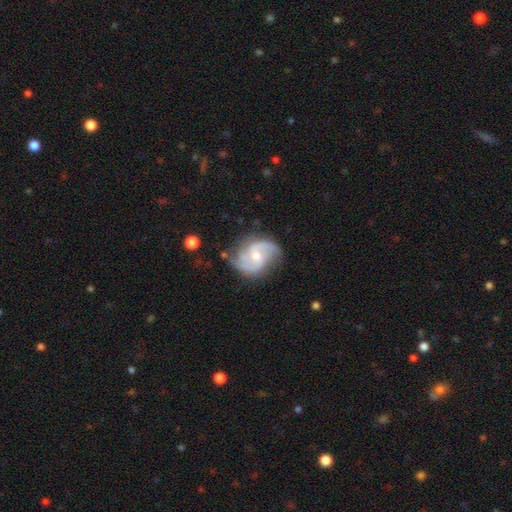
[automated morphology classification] Smooth or featured? featured or disk (86%)
Edge-on disk? no (98%)
Bar? no (45%, tied with weak)
Spiral arms? yes (96%)
Spiral winding? medium (51%)
Spiral arm count? 2 (84%)
Bulge size? moderate (53%)
Merging? none (69%)